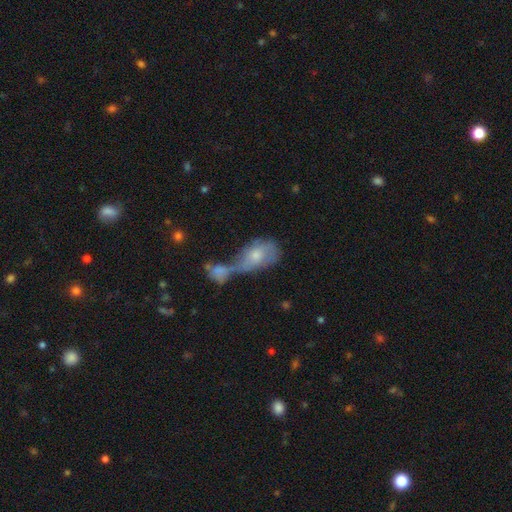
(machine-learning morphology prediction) A smooth galaxy with no disk features (54%) that is in between round and cigar-shaped (86%).

Vote fractions:
- Smooth or featured? smooth: 54% / featured or disk: 37% / star or artifact: 9%
- How rounded? in between: 86% / round: 10% / cigar-shaped: 4%
- Merging? merger: 58% / none: 18% / major disturbance: 13% / minor disturbance: 12%